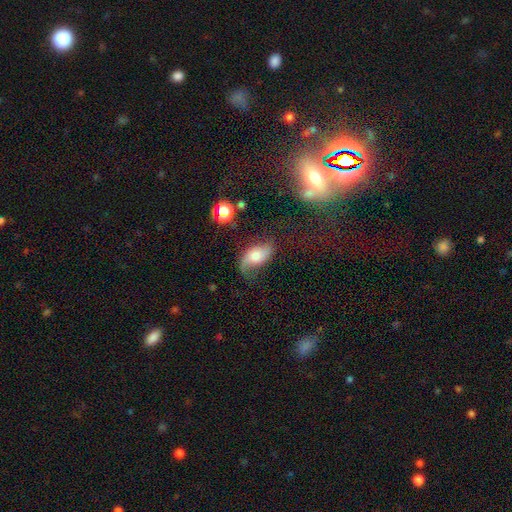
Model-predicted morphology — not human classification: Smooth or featured?
  - featured or disk: 47% *
  - smooth: 44%
  - star or artifact: 10%
Merging?
  - none: 48% *
  - minor disturbance: 30%
  - major disturbance: 19%
  - merger: 3%